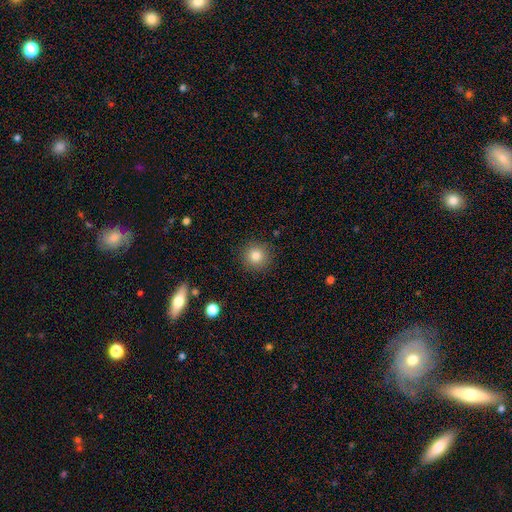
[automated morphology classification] Smooth or featured: smooth — 82% (star or artifact — 11%)
How rounded: round — 94% (in between — 5%)
Merging: none — 90% (minor disturbance — 6%)